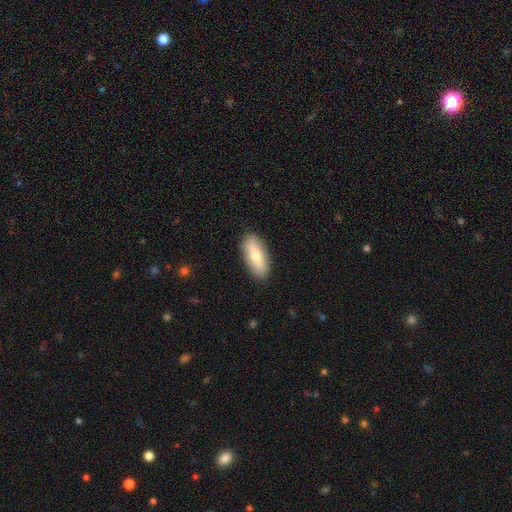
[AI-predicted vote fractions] A smooth galaxy with no disk features (69%) that is in between round and cigar-shaped (75%).

Vote fractions:
- Smooth or featured? smooth: 69% / featured or disk: 25% / star or artifact: 6%
- How rounded? in between: 75% / cigar-shaped: 22% / round: 3%
- Merging? none: 88% / minor disturbance: 9% / major disturbance: 2% / merger: 1%